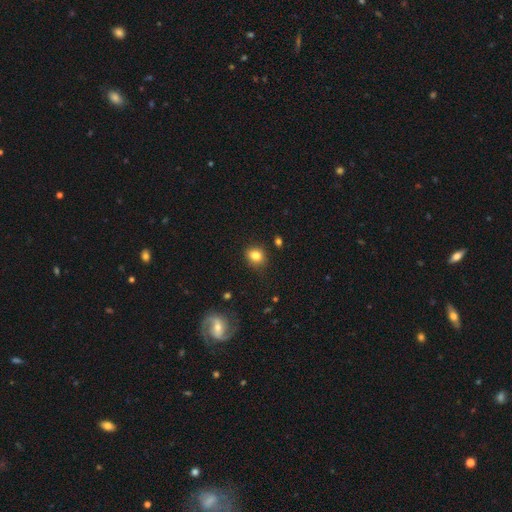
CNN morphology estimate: Smooth or featured: smooth — 83% (star or artifact — 11%)
How rounded: round — 57% (in between — 41%)
Merging: none — 83% (minor disturbance — 13%)